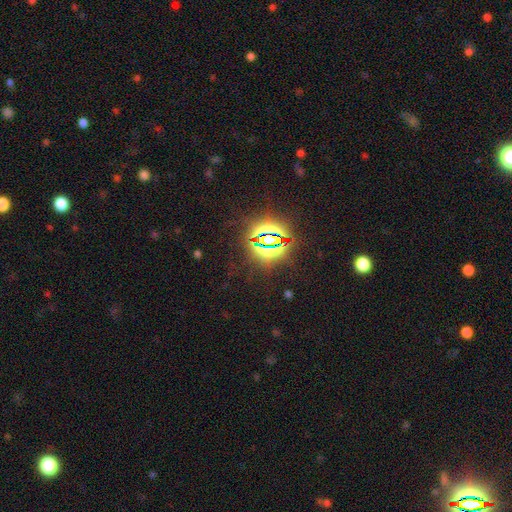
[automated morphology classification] Q: Smooth or featured?
A: star or artifact (81%); runner-up: smooth (11%)